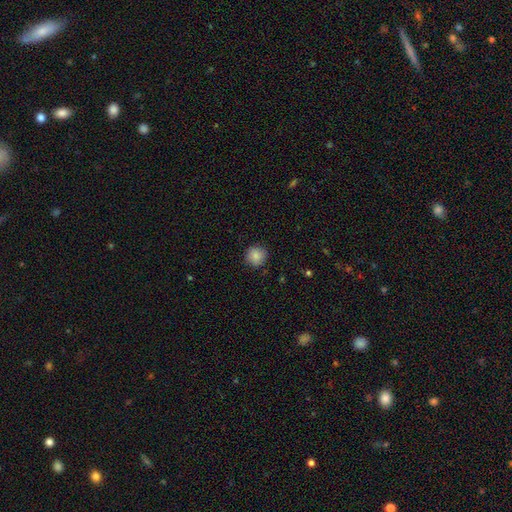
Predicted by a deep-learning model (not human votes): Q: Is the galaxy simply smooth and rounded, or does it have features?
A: smooth — 86%.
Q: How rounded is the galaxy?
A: round — 92%.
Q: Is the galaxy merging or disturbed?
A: none — 88%.